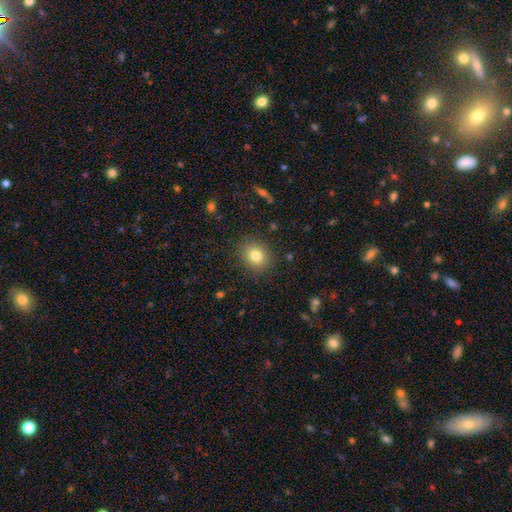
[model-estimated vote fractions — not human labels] Smooth or featured: smooth — 80% (star or artifact — 12%)
How rounded: round — 67% (in between — 32%)
Merging: none — 87% (minor disturbance — 9%)